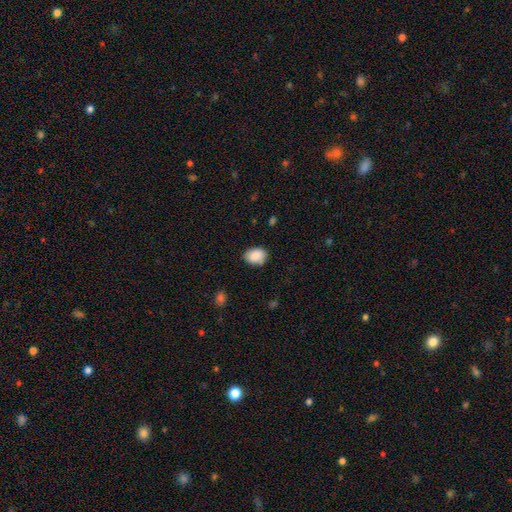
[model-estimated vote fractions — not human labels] Smooth or featured?
  - smooth: 89% *
  - star or artifact: 7%
  - featured or disk: 4%
How rounded?
  - in between: 63% *
  - round: 36%
  - cigar-shaped: 1%
Merging?
  - none: 80% *
  - minor disturbance: 15%
  - major disturbance: 3%
  - merger: 2%